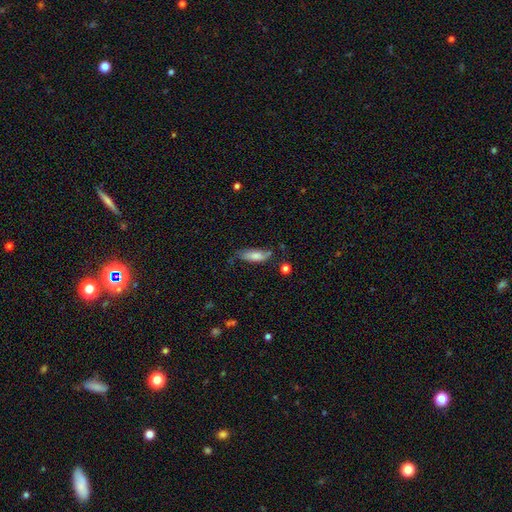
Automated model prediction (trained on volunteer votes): Morphology: type=smooth (75%); roundness=in between (63%); merging=none (54%).